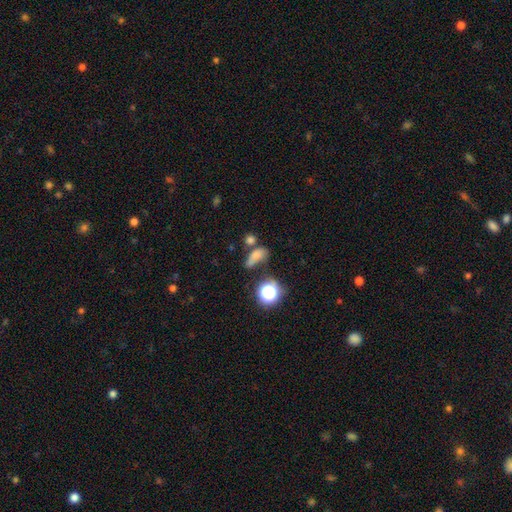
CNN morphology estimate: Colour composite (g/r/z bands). It shows a smooth galaxy with no disk features (68%) that is in between round and cigar-shaped (62%). Merging: none (39%).